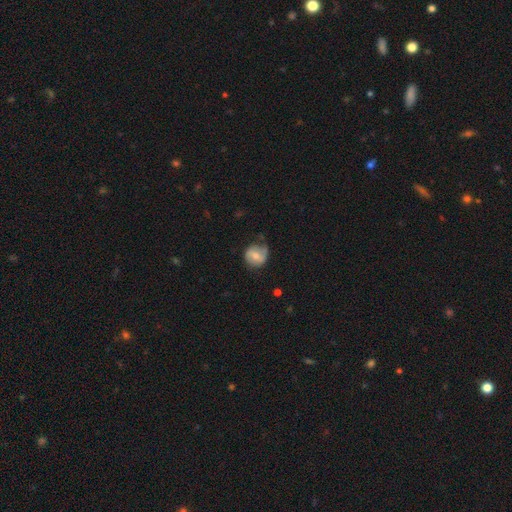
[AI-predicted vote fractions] A featured or disk galaxy (48%).

Vote fractions:
- Smooth or featured? featured or disk: 48% / smooth: 45% / star or artifact: 7%
- Merging? none: 60% / minor disturbance: 28% / major disturbance: 10% / merger: 2%